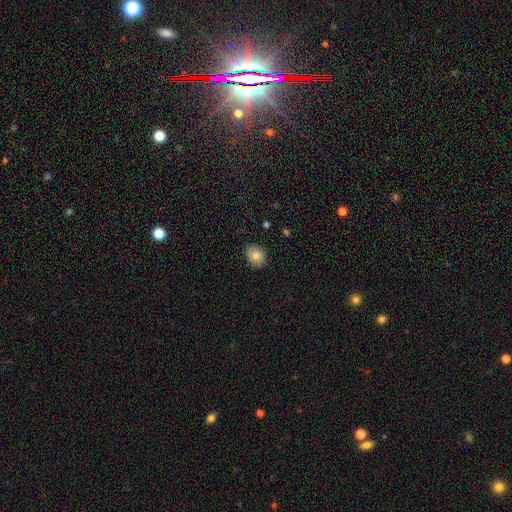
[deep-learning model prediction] A smooth galaxy with no disk features (82%) that is round (63%). Merging: none (87%).